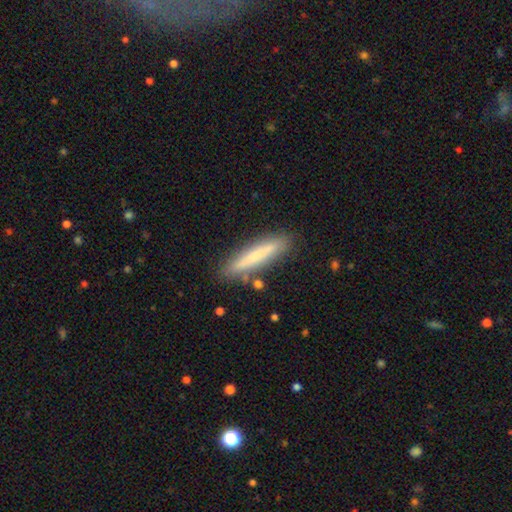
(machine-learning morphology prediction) Overall: smooth (68%). How rounded: cigar-shaped (92%). Merging: none (85%).